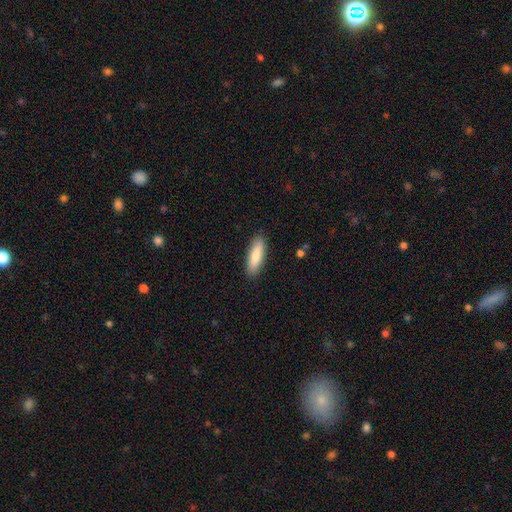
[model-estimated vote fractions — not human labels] A smooth galaxy with no disk features (83%) that is cigar-shaped (54%).

Vote fractions:
- Smooth or featured? smooth: 83% / featured or disk: 12% / star or artifact: 5%
- How rounded? cigar-shaped: 54% / in between: 44% / round: 2%
- Merging? none: 89% / minor disturbance: 8% / major disturbance: 2% / merger: 1%